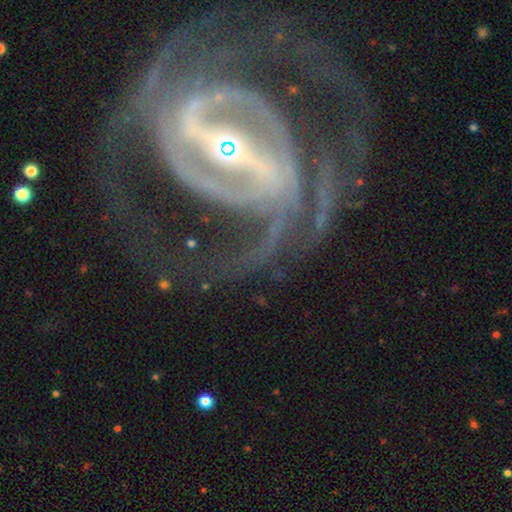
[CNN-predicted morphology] This is clearly a featured or disk galaxy (92%). It is clearly not viewed edge-on (97%). Bar: clearly strong (81%). Spiral arm pattern: clearly yes (97%). Spiral arm count: possibly 2 (56%). Spiral winding: possibly medium (50%). Central bulge: clearly small (83%). Merging: possibly none (55%).